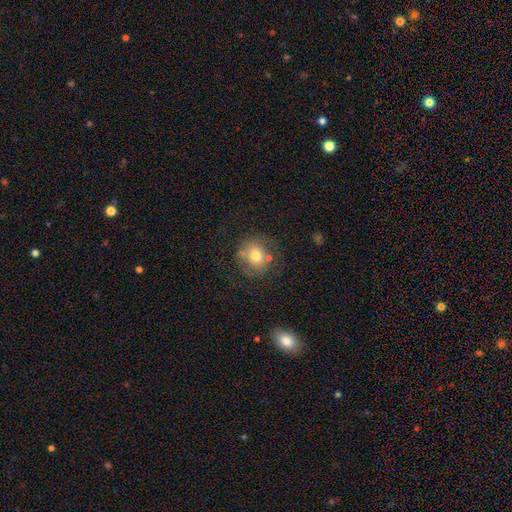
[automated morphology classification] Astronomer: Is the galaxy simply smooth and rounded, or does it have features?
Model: smooth — 71%.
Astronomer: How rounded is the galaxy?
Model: round — 84%.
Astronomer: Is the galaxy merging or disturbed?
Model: none — 66%.